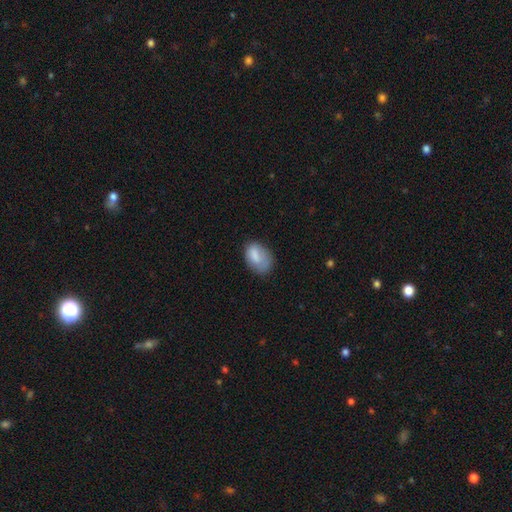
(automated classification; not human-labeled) Morphology: type=smooth (78%); roundness=in between (85%); merging=none (52%).